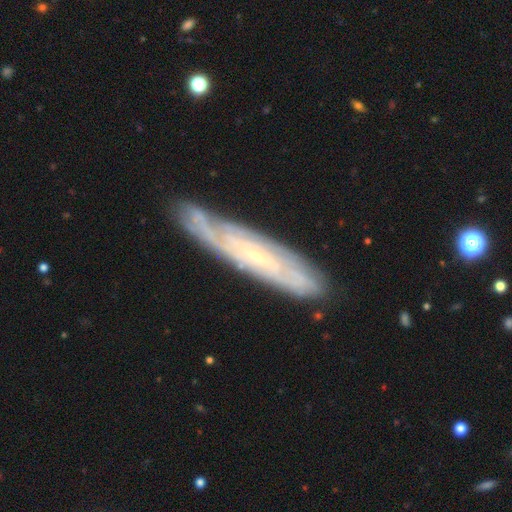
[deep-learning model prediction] Q: Smooth or featured?
A: featured or disk (74%); runner-up: smooth (20%)
Q: Edge-on disk?
A: no (60%); runner-up: yes (40%)
Q: Merging?
A: none (77%); runner-up: minor disturbance (17%)